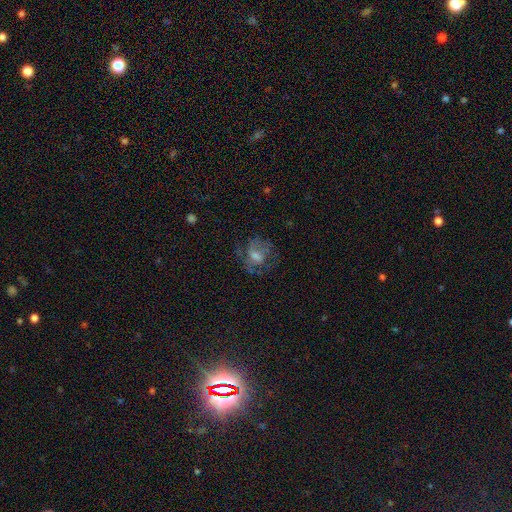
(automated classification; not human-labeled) Smooth or featured? featured or disk (49%)
Merging? none (49%)